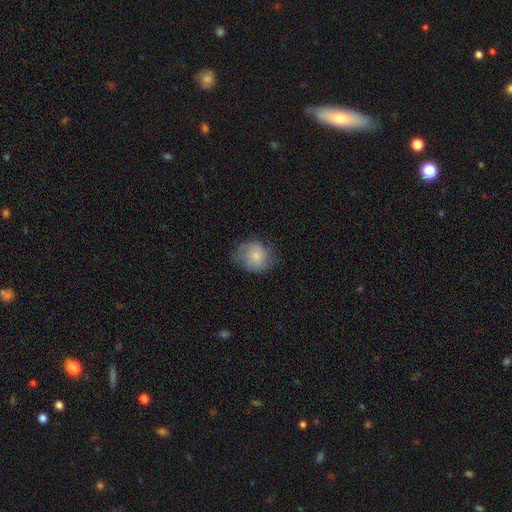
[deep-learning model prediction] The model was most divided on "merging": none: 59%, minor disturbance: 28%, major disturbance: 12%, merger: 1%. More confident: how rounded — round (68%); smooth or featured — smooth (66%).